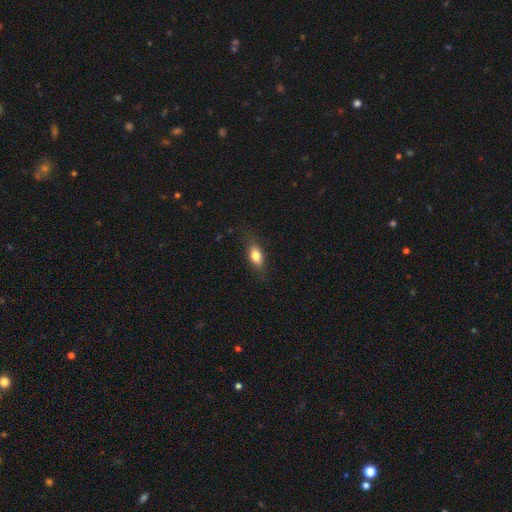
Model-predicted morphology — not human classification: Overall: smooth (77%). How rounded: in between (80%). Merging: none (78%).